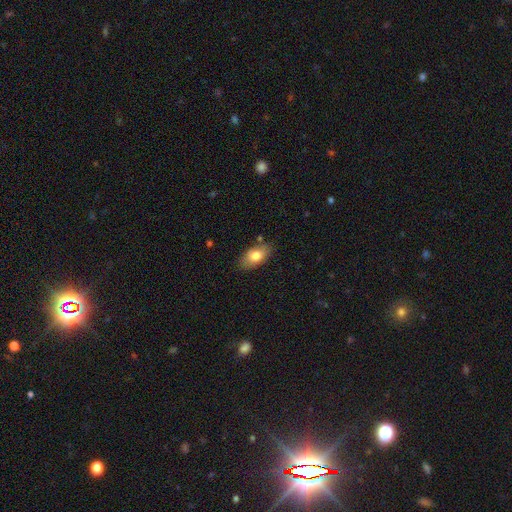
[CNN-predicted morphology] Smooth or featured: smooth — 76% (featured or disk — 16%)
How rounded: in between — 90% (round — 6%)
Merging: none — 79% (minor disturbance — 15%)